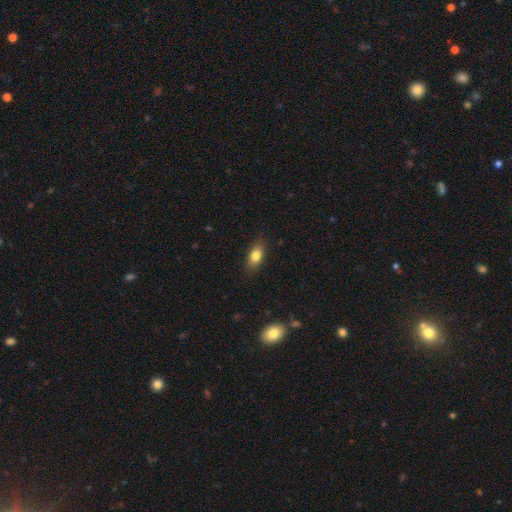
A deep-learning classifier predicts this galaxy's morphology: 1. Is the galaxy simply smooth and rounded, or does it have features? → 80% smooth, 12% featured or disk, 8% star or artifact.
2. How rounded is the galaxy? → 83% in between, 9% round, 8% cigar-shaped.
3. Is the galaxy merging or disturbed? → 85% none, 11% minor disturbance, 3% major disturbance, 1% merger.